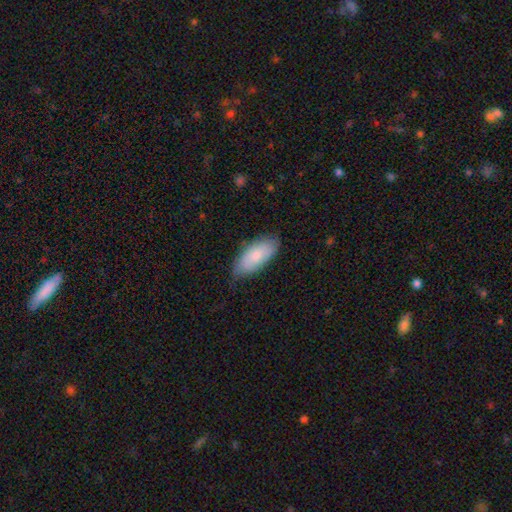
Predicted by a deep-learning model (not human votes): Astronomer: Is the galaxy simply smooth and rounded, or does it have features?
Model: smooth — 77%.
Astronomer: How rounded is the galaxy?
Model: in between — 88%.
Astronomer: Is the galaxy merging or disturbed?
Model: none — 70%.